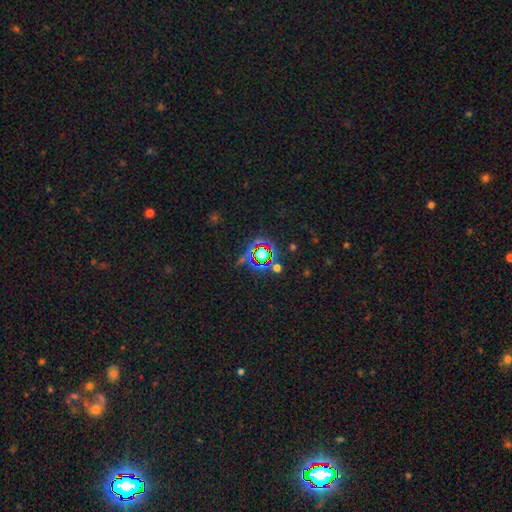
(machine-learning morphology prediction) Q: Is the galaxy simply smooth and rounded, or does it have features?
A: star or artifact — 76%.